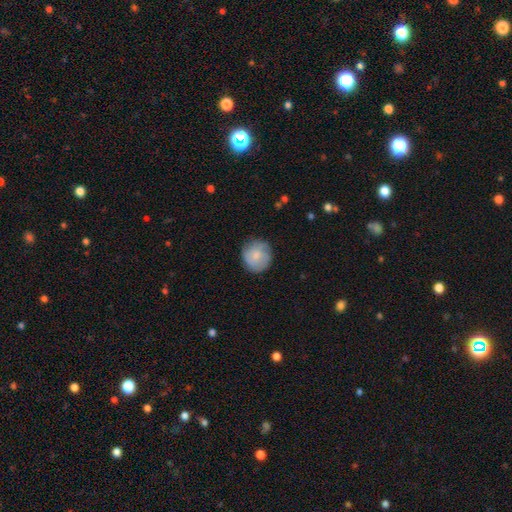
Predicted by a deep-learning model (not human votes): Overall: smooth (70%). How rounded: round (88%). Merging: none (78%).